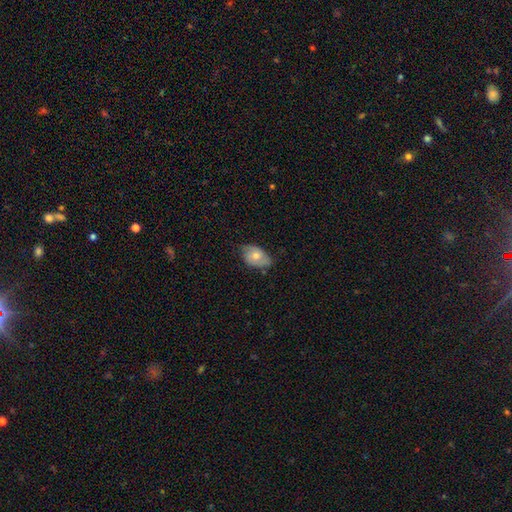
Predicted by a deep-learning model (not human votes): A smooth galaxy with no disk features (56%) that is in between round and cigar-shaped (85%). Merging: none (65%).